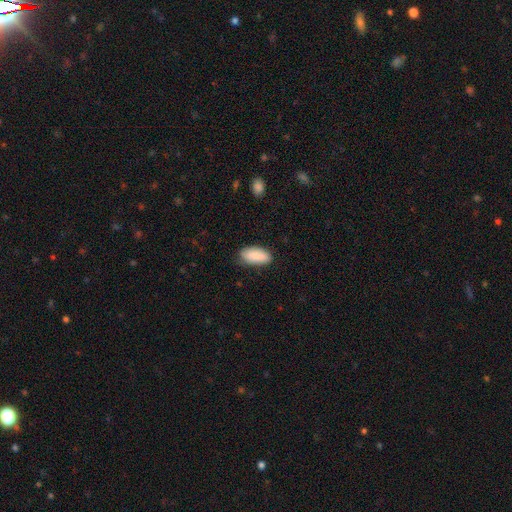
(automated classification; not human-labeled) This is clearly a smooth galaxy (87%). How rounded: clearly in between (90%). Merging: likely none (77%).